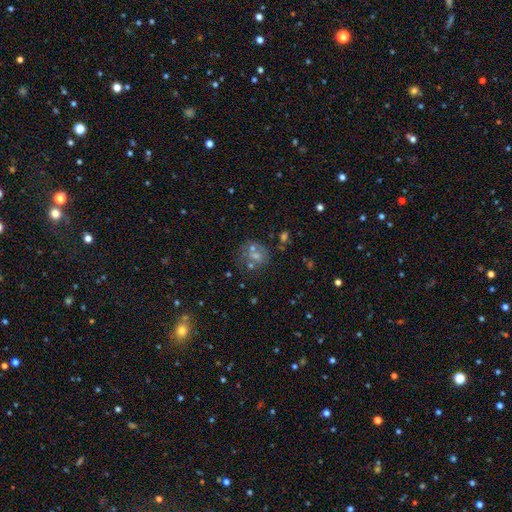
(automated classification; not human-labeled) This appears to be a smooth galaxy with no disk features (40%). Merging: none (59%).